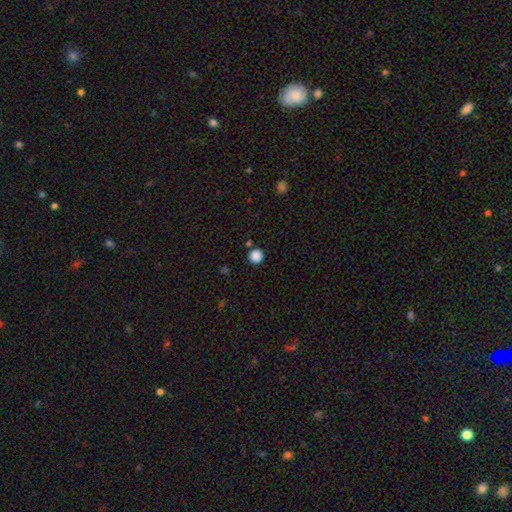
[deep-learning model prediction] This is clearly a smooth galaxy (87%). How rounded: clearly round (95%). Merging: clearly none (88%).